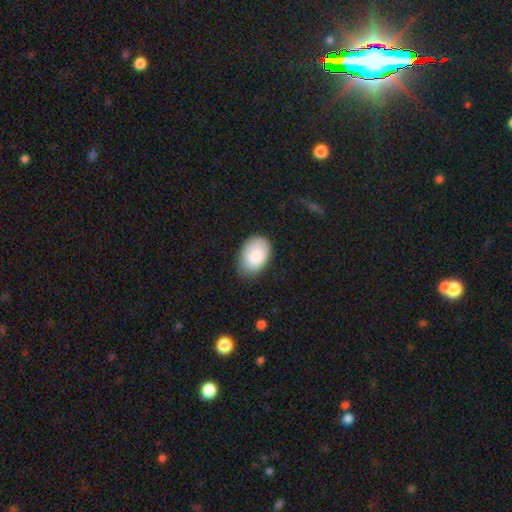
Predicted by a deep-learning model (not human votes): Morphology: type=smooth (85%); roundness=in between (87%); merging=none (76%).